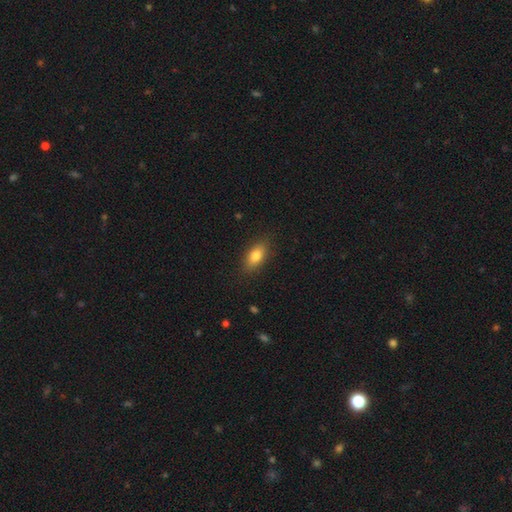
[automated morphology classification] Smooth or featured?
  - smooth: 79% *
  - featured or disk: 12%
  - star or artifact: 8%
How rounded?
  - in between: 83% *
  - cigar-shaped: 9%
  - round: 7%
Merging?
  - none: 86% *
  - minor disturbance: 11%
  - major disturbance: 3%
  - merger: 1%